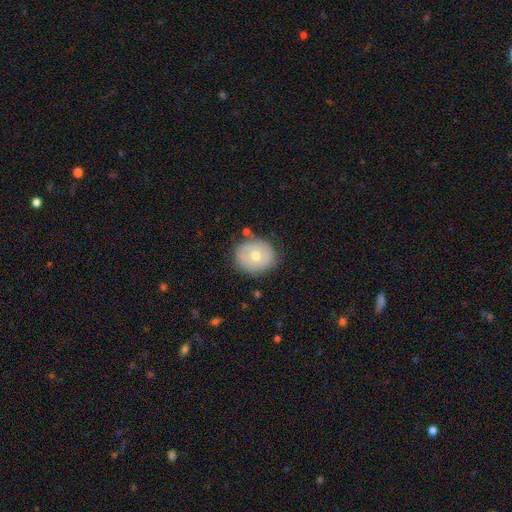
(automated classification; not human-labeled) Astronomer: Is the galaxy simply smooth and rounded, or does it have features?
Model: smooth — 55% (runner-up: featured or disk, 36%).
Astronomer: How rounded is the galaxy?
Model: round — 81%.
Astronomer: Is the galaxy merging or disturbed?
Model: none — 80%.